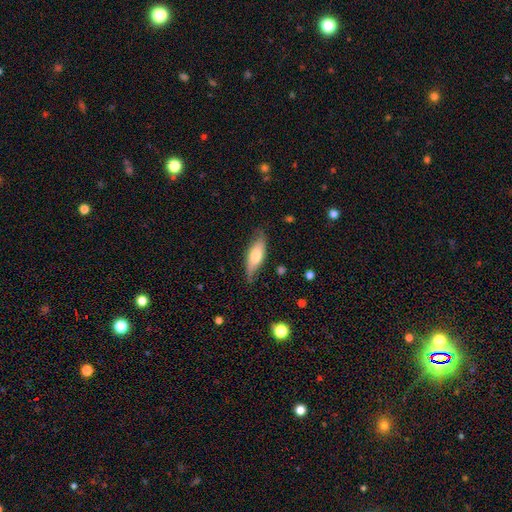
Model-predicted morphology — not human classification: Smooth or featured? smooth (62%)
How rounded? in between (62%)
Merging? none (72%)